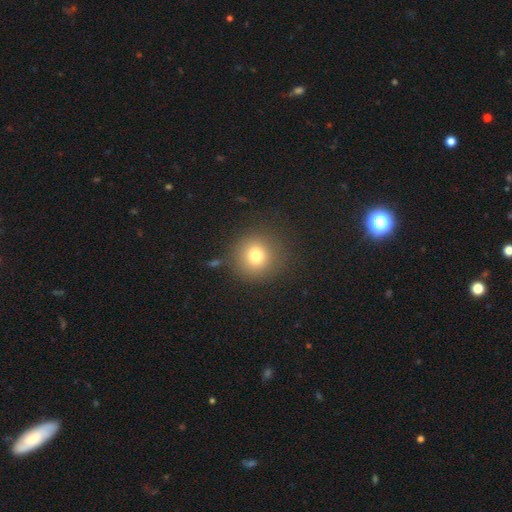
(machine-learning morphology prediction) A smooth galaxy with no disk features (75%) that is round (93%). Merging: none (86%).